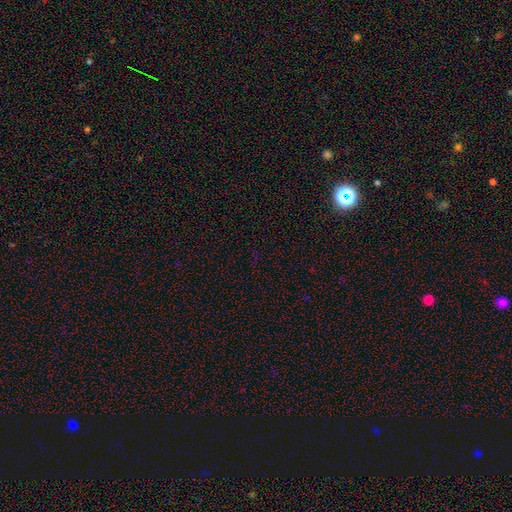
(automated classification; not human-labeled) Morphology: type=star or artifact (71%).